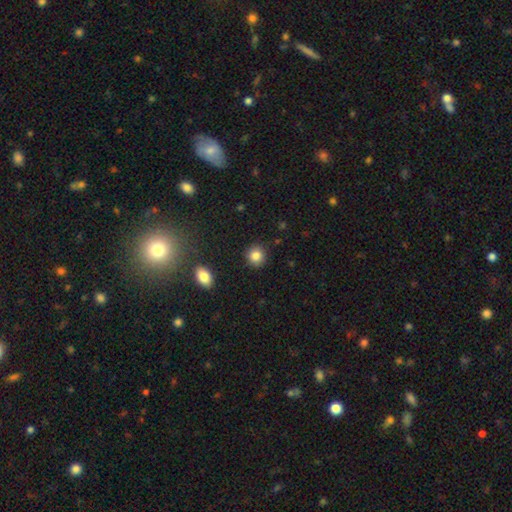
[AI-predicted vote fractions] smooth_or_featured: smooth (p=0.85) [alt: star or artifact p=0.09]
how_rounded: round (p=0.85) [alt: in between p=0.14]
merging: none (p=0.89) [alt: minor disturbance p=0.07]